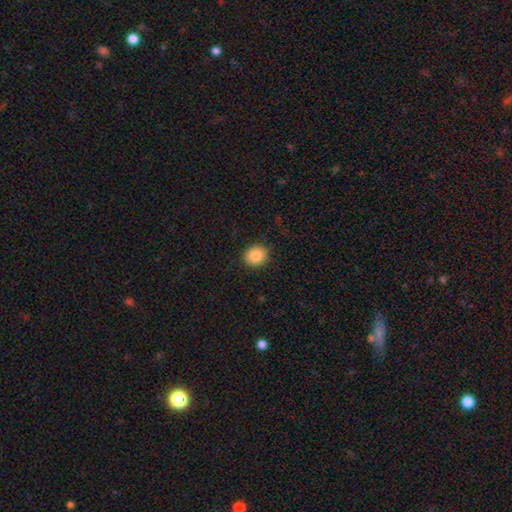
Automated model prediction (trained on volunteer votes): A smooth galaxy with no disk features (85%) that is round (73%).

Vote fractions:
- Smooth or featured? smooth: 85% / star or artifact: 9% / featured or disk: 6%
- How rounded? round: 73% / in between: 26% / cigar-shaped: 1%
- Merging? none: 90% / minor disturbance: 7% / major disturbance: 2% / merger: 1%